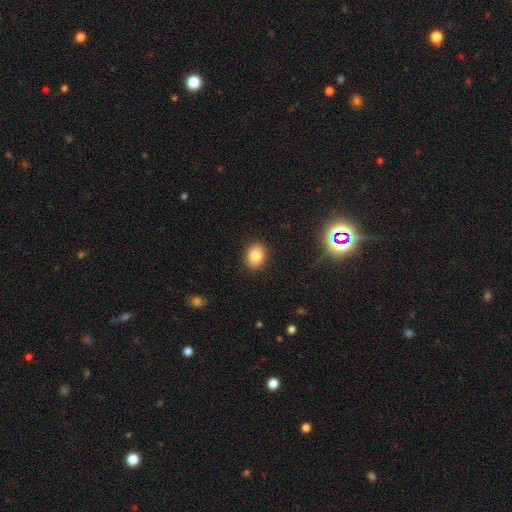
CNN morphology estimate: The model was most divided on "how rounded": in between: 56%, round: 43%, cigar-shaped: 1%. More confident: merging — none (89%); smooth or featured — smooth (83%).